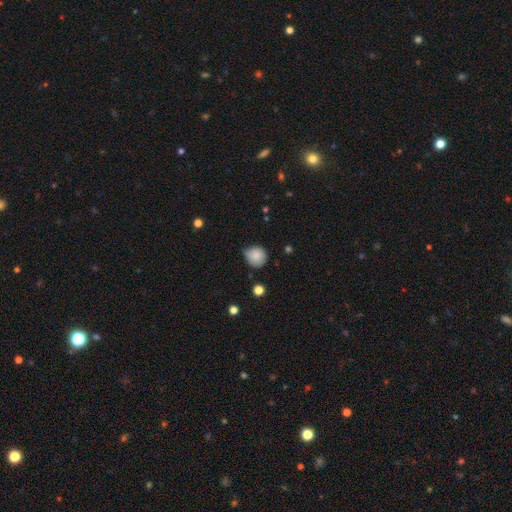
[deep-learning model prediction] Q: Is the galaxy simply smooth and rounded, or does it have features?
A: smooth — 83%.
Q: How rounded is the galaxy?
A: round — 86%.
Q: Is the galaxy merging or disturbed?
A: none — 52%.